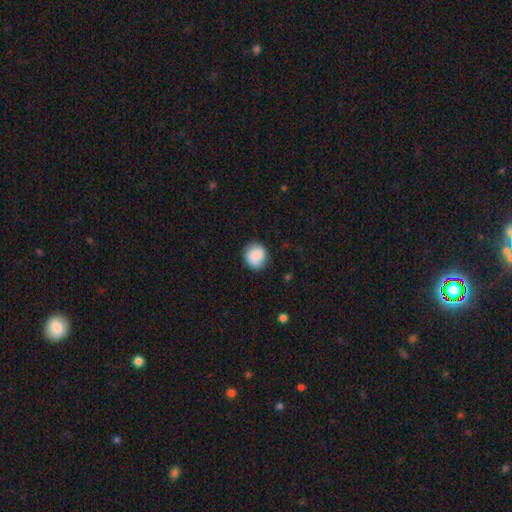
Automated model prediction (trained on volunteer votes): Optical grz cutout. It shows a smooth galaxy with no disk features (85%) that is round (86%). Merging: none (81%).